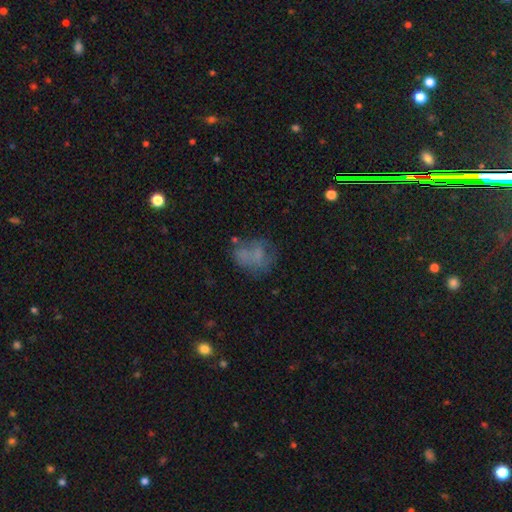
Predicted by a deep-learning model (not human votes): This is possibly a smooth galaxy (54%). How rounded: possibly round (53%). Merging: marginally none (45%).